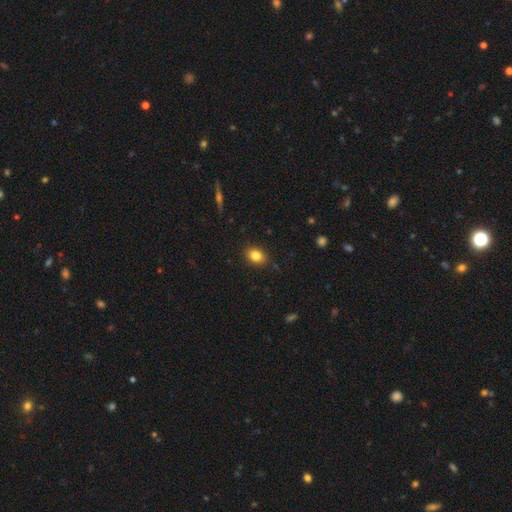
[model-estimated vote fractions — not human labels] Smooth or featured?
  - smooth: 83% *
  - star or artifact: 10%
  - featured or disk: 7%
How rounded?
  - in between: 64% *
  - round: 34%
  - cigar-shaped: 1%
Merging?
  - none: 88% *
  - minor disturbance: 9%
  - major disturbance: 2%
  - merger: 1%